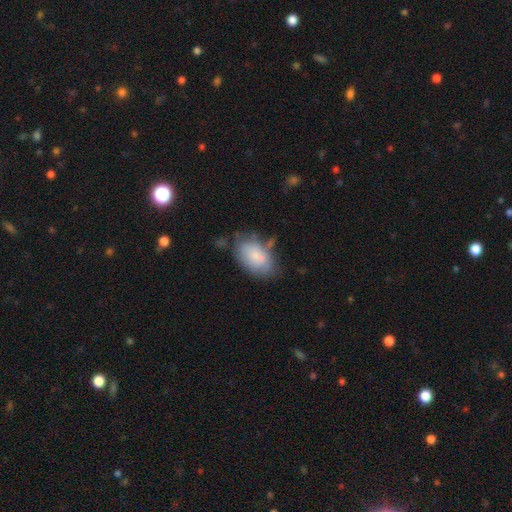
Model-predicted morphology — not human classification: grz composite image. It shows a smooth galaxy with no disk features (75%) that is in between round and cigar-shaped (91%). Merging: none (55%).